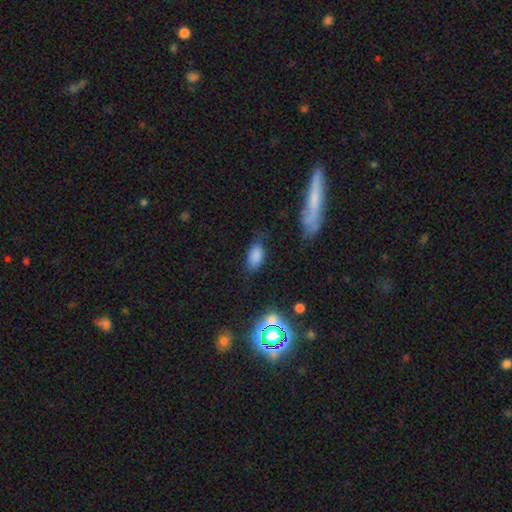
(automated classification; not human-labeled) Smooth or featured: smooth — 81% (star or artifact — 12%)
How rounded: in between — 92% (round — 5%)
Merging: none — 73% (minor disturbance — 19%)